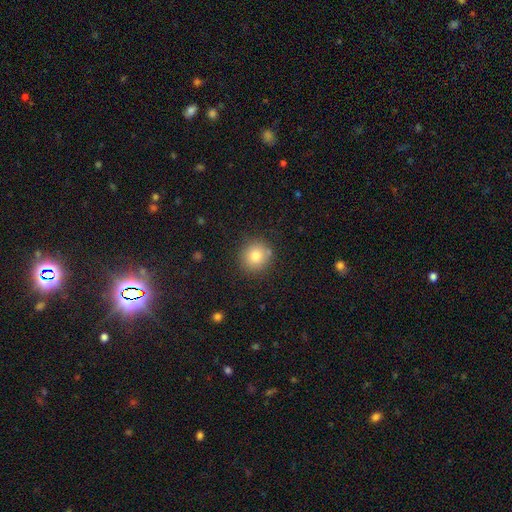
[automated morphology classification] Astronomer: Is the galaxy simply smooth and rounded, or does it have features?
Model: smooth — 79%.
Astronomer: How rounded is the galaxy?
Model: round — 91%.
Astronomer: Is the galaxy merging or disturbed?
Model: none — 84%.